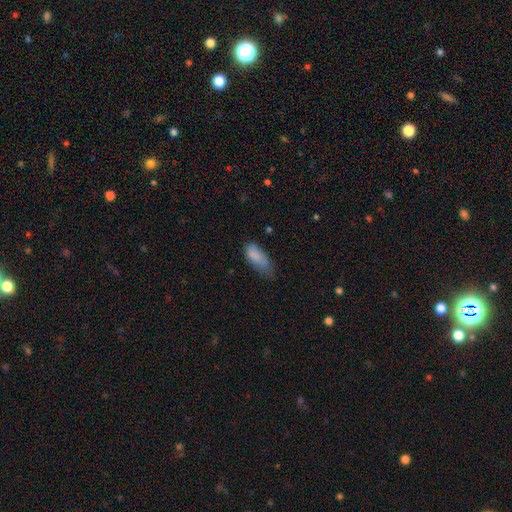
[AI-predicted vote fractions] Smooth or featured? Predicted: smooth (p=0.85). How rounded? Predicted: in between (p=0.84). Merging? Predicted: minor disturbance (p=0.46).